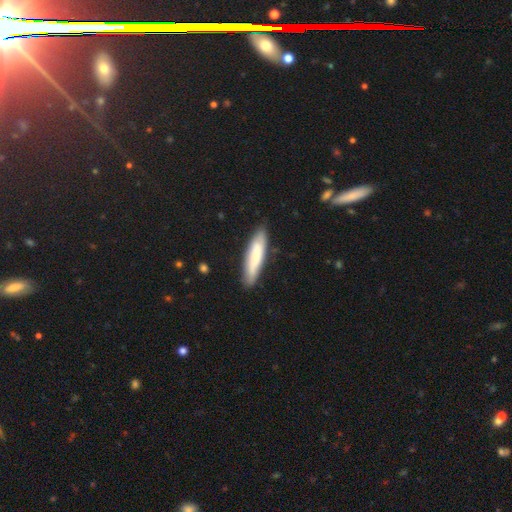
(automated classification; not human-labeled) Overall: smooth (71%). How rounded: cigar-shaped (77%). Merging: none (84%).